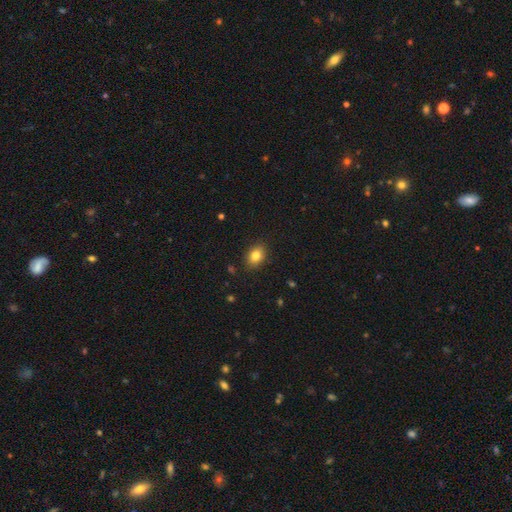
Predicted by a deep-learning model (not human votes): This is clearly a smooth galaxy (82%). How rounded: likely in between (70%). Merging: clearly none (87%).